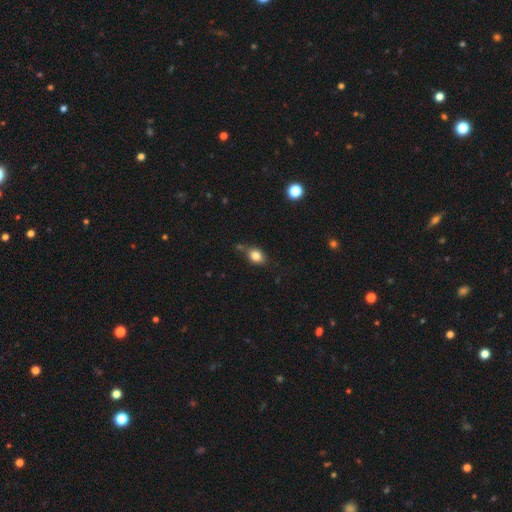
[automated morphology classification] smooth-or-featured: smooth: 82% | star or artifact: 10% | featured or disk: 9%
  how-rounded: in between: 66% | round: 32% | cigar-shaped: 2%
  merging: none: 67% | minor disturbance: 19% | merger: 9% | major disturbance: 5%